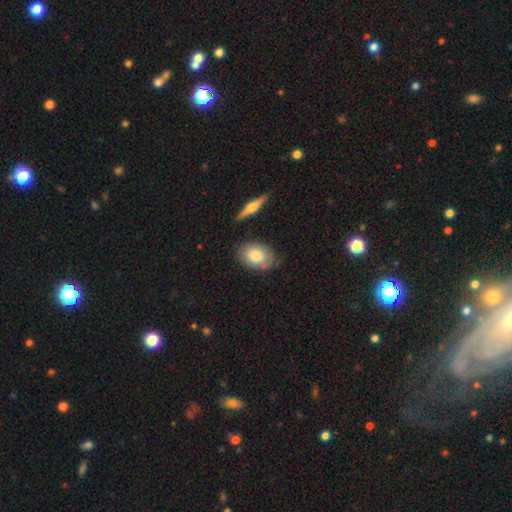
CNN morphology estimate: The model was most divided on "merging": none: 73%, minor disturbance: 19%, merger: 4%, major disturbance: 4%. More confident: how rounded — in between (83%); smooth or featured — smooth (76%).